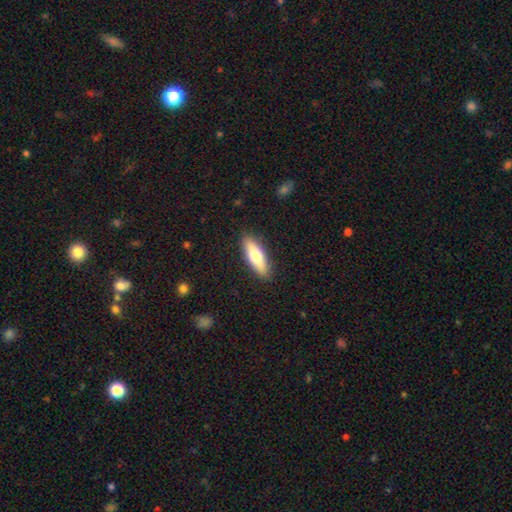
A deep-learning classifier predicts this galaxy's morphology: A smooth galaxy with no disk features (64%) that is in between round and cigar-shaped (51%). Merging: none (89%).